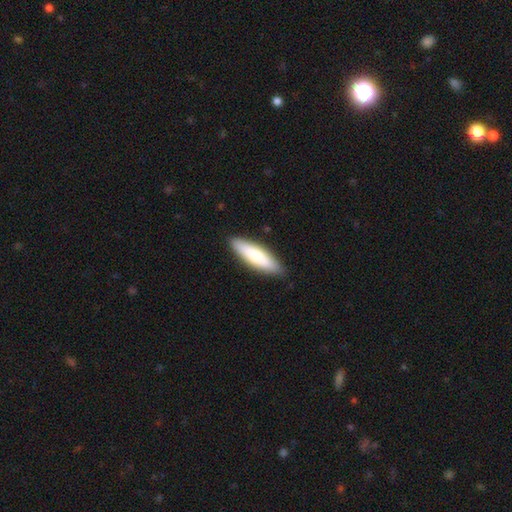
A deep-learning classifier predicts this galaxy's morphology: A smooth galaxy with no disk features (74%) that is cigar-shaped (62%).

Vote fractions:
- Smooth or featured? smooth: 74% / featured or disk: 21% / star or artifact: 5%
- How rounded? cigar-shaped: 62% / in between: 37% / round: 2%
- Merging? none: 88% / minor disturbance: 9% / major disturbance: 2% / merger: 1%